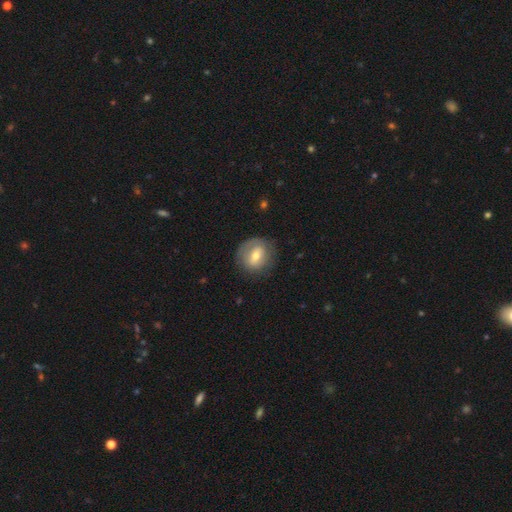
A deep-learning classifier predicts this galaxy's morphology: smooth-or-featured: smooth: 53% | featured or disk: 39% | star or artifact: 8%
  how-rounded: round: 76% | in between: 23% | cigar-shaped: 1%
  merging: none: 79% | minor disturbance: 14% | major disturbance: 5% | merger: 1%